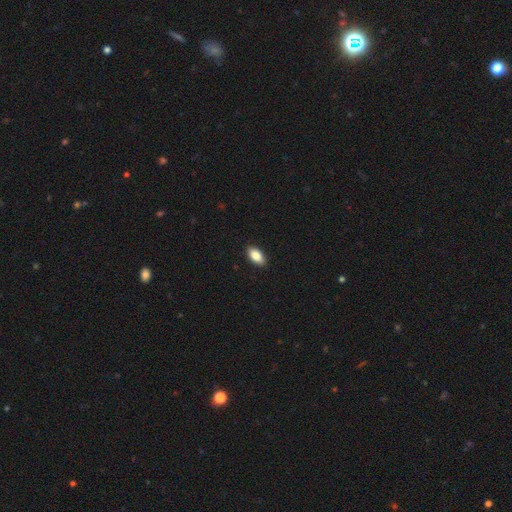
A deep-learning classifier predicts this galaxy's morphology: Smooth or featured? smooth (86%)
How rounded? in between (92%)
Merging? none (91%)